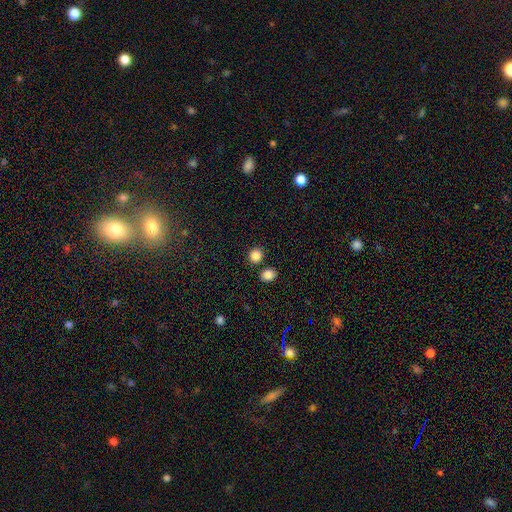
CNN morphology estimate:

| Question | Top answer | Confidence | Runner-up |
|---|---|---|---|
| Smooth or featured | smooth | 86% | star or artifact (11%) |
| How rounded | round | 82% | in between (17%) |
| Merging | none | 81% | merger (10%) |